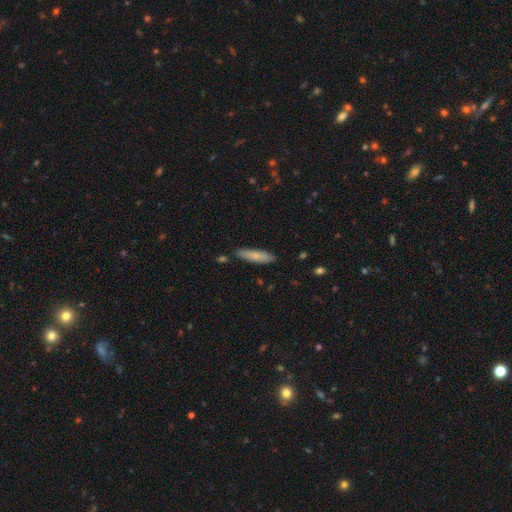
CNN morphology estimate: smooth 76%, featured or disk 18%, star or artifact 6%. Down the decision tree: how rounded — cigar-shaped (72%); merging — none (85%).